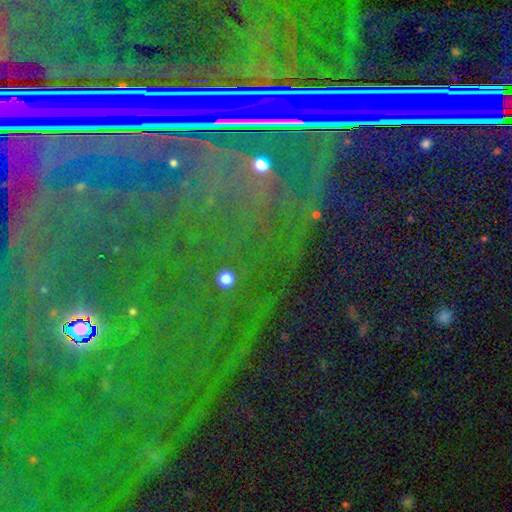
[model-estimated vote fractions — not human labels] A star or artifact, not a galaxy (86%).

Vote fractions:
- Smooth or featured? star or artifact: 86% / featured or disk: 8% / smooth: 6%